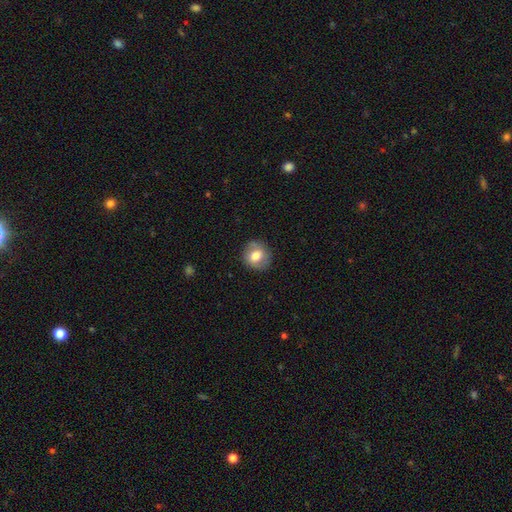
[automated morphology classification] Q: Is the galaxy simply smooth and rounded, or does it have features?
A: smooth — 67%.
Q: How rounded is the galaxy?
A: round — 82%.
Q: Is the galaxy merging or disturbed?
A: none — 82%.